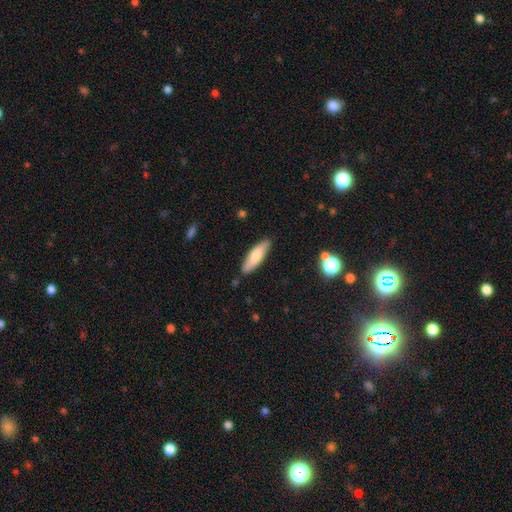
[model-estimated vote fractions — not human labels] Smooth or featured: smooth — 70% (featured or disk — 24%)
How rounded: cigar-shaped — 56% (in between — 42%)
Merging: none — 87% (minor disturbance — 9%)